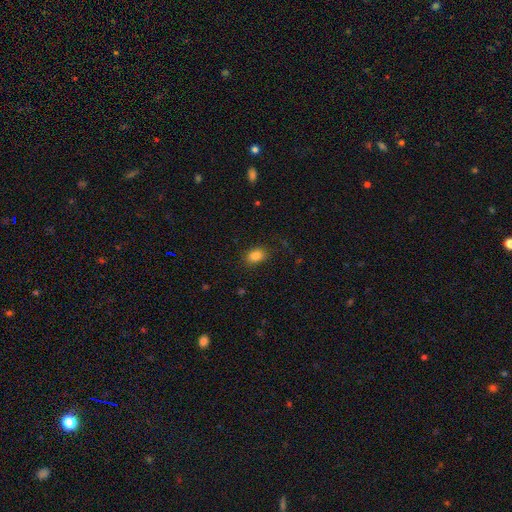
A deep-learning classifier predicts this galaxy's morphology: smooth 84%, star or artifact 10%, featured or disk 6%. Down the decision tree: how rounded — in between (70%); merging — none (86%).